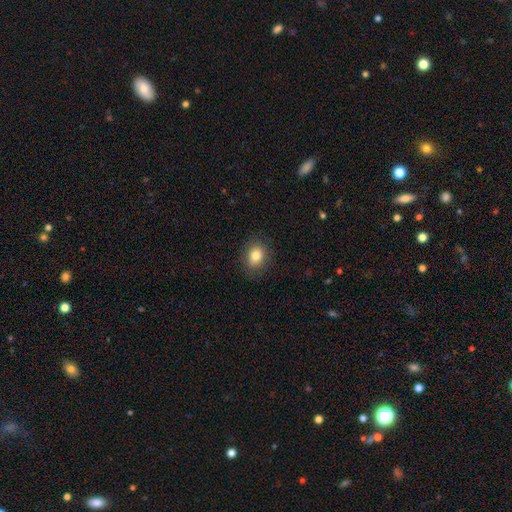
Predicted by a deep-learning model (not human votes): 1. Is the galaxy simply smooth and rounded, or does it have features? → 81% smooth, 9% star or artifact, 9% featured or disk.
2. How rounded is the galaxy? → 52% in between, 47% round, 1% cigar-shaped.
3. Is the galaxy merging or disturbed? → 86% none, 10% minor disturbance, 3% major disturbance, 1% merger.